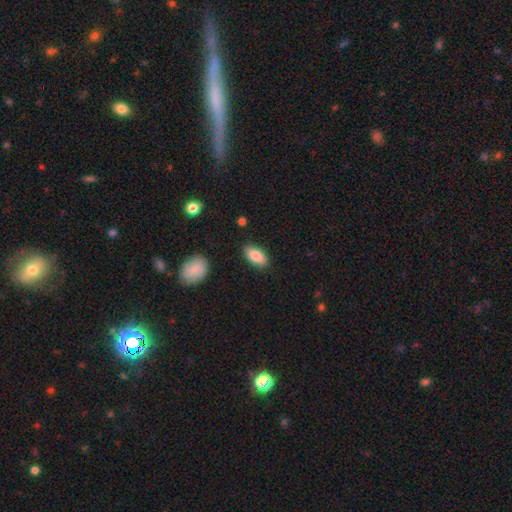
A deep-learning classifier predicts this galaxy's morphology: A smooth galaxy with no disk features (85%) that is in between round and cigar-shaped (89%). Merging: none (87%).